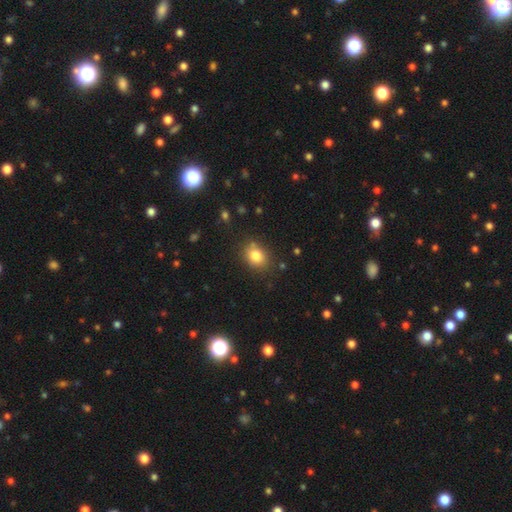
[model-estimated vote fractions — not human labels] Smooth or featured?
  - smooth: 82% *
  - star or artifact: 10%
  - featured or disk: 8%
How rounded?
  - in between: 52% *
  - round: 47%
  - cigar-shaped: 1%
Merging?
  - none: 77% *
  - minor disturbance: 15%
  - merger: 4%
  - major disturbance: 4%